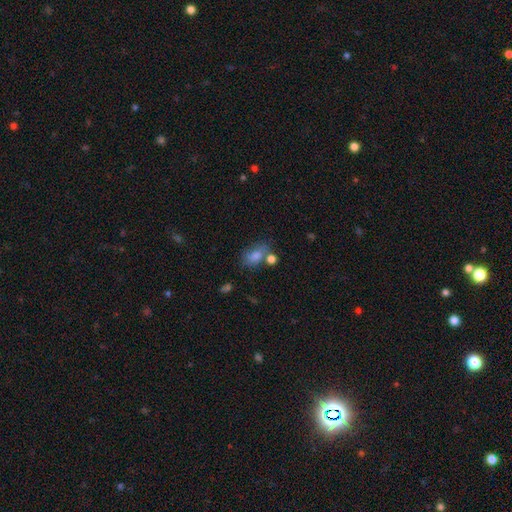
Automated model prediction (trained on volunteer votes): Smooth or featured: smooth — 71% (star or artifact — 16%)
How rounded: in between — 77% (round — 20%)
Merging: none — 54% (merger — 20%)